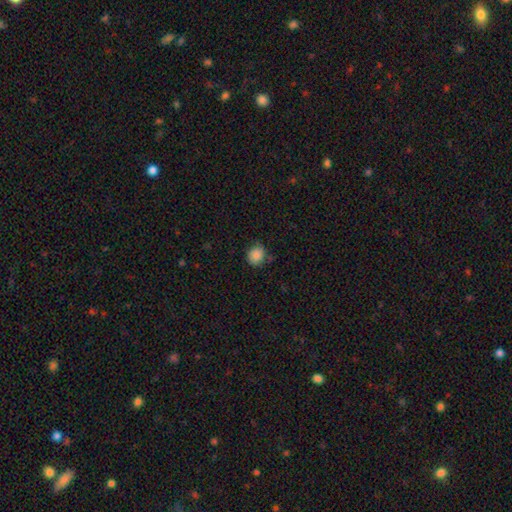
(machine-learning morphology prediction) smooth 86%, star or artifact 9%, featured or disk 5%. Down the decision tree: how rounded — round (66%); merging — none (73%).